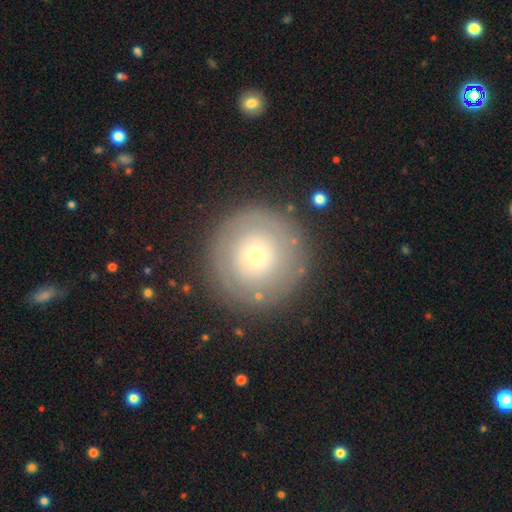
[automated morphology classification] This appears to be a smooth galaxy with no disk features (55%) that is round (96%). Merging: none (85%).